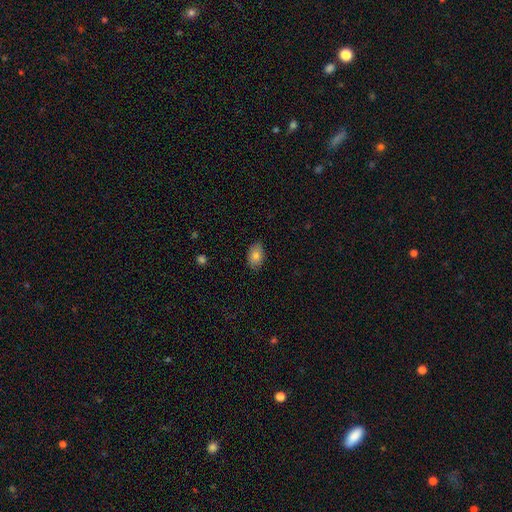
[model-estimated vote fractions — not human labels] smooth-or-featured: smooth: 79% | featured or disk: 13% | star or artifact: 8%
  how-rounded: in between: 89% | round: 9% | cigar-shaped: 2%
  merging: none: 81% | minor disturbance: 15% | major disturbance: 2% | merger: 1%